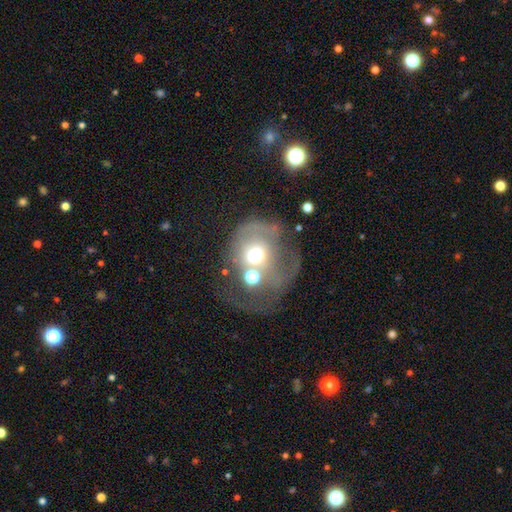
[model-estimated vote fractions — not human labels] smooth-or-featured: featured or disk: 47% | smooth: 39% | star or artifact: 14%
  merging: major disturbance: 39% | merger: 24% | none: 23% | minor disturbance: 14%